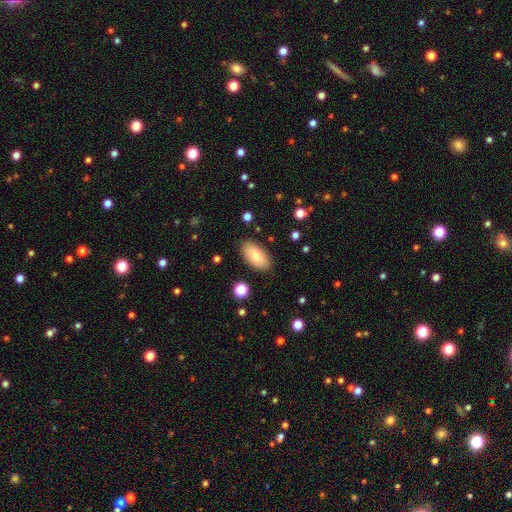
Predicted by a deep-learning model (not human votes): Smooth or featured: smooth — 76% (featured or disk — 17%)
How rounded: in between — 93% (cigar-shaped — 4%)
Merging: none — 87% (minor disturbance — 10%)